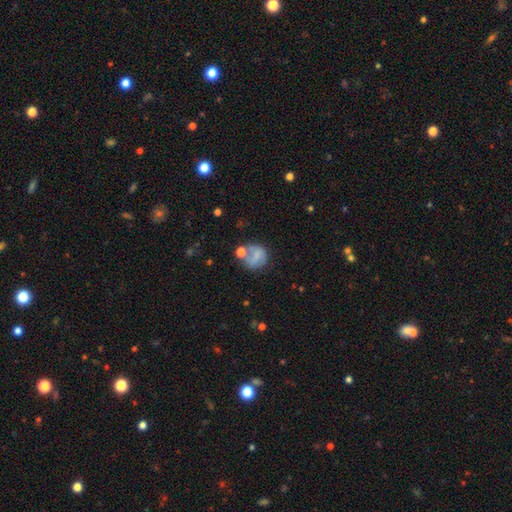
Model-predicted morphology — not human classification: Smooth or featured?
  - smooth: 57% *
  - featured or disk: 32%
  - star or artifact: 12%
How rounded?
  - round: 79% *
  - in between: 20%
  - cigar-shaped: 1%
Merging?
  - none: 47% *
  - minor disturbance: 22%
  - major disturbance: 16%
  - merger: 15%